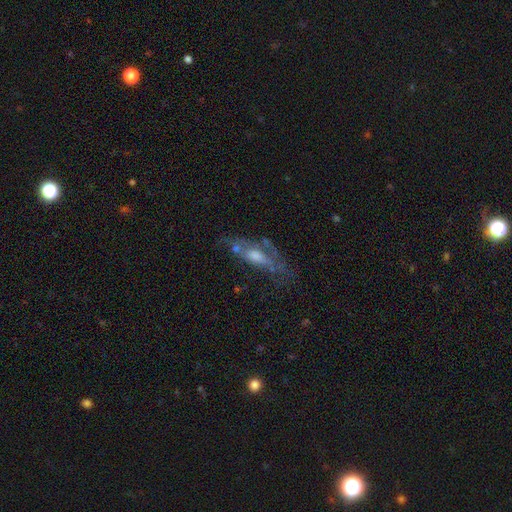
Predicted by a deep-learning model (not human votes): Smooth or featured?
  - featured or disk: 64% *
  - smooth: 25%
  - star or artifact: 10%
Edge-on disk?
  - no: 69% *
  - yes: 31%
Merging?
  - none: 46% *
  - major disturbance: 24%
  - minor disturbance: 23%
  - merger: 7%